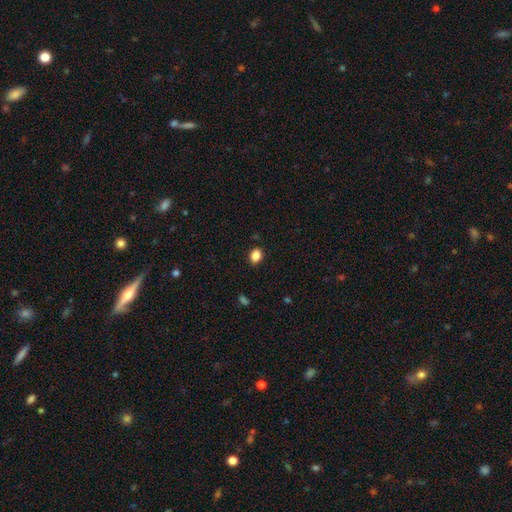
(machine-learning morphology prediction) Overall: smooth (87%). How rounded: in between (65%; round 34%). Merging: none (88%).